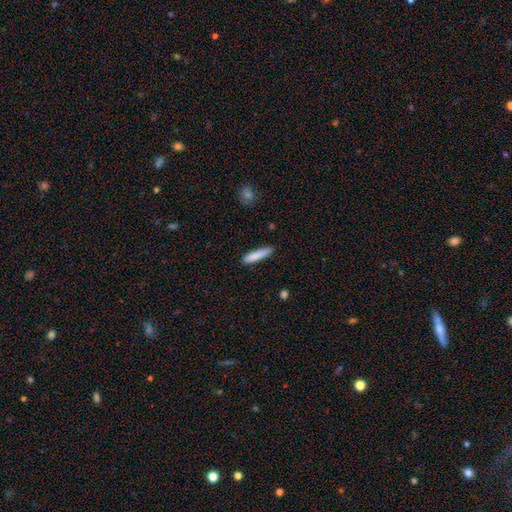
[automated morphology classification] Q: Smooth or featured?
A: smooth (84%); runner-up: featured or disk (9%)
Q: How rounded?
A: cigar-shaped (90%); runner-up: in between (9%)
Q: Merging?
A: none (87%); runner-up: minor disturbance (10%)